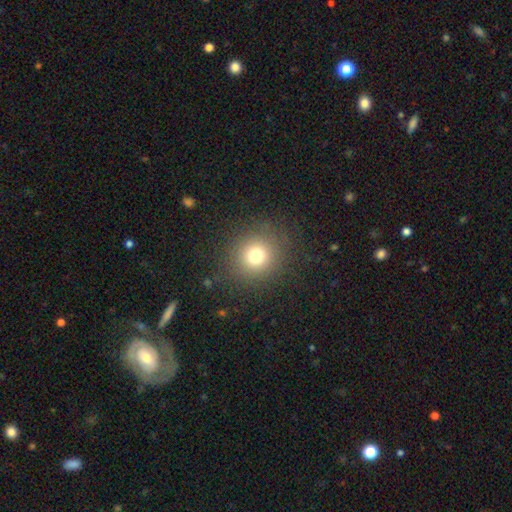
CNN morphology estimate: smooth 76%, star or artifact 16%, featured or disk 8%. Down the decision tree: how rounded — round (90%); merging — none (87%).